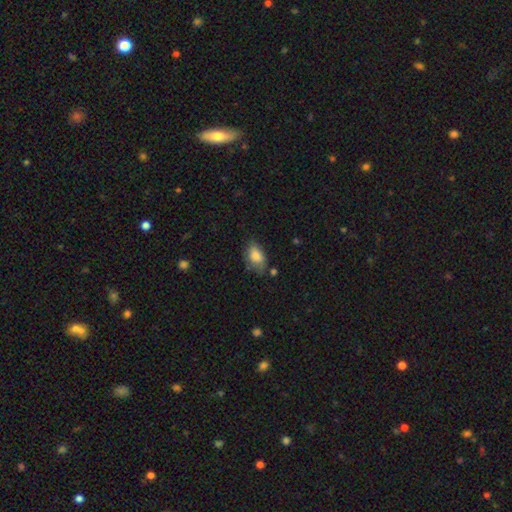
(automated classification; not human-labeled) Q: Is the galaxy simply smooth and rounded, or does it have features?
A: smooth — 83%.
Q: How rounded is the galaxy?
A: in between — 90%.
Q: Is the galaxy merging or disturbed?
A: none — 58%.